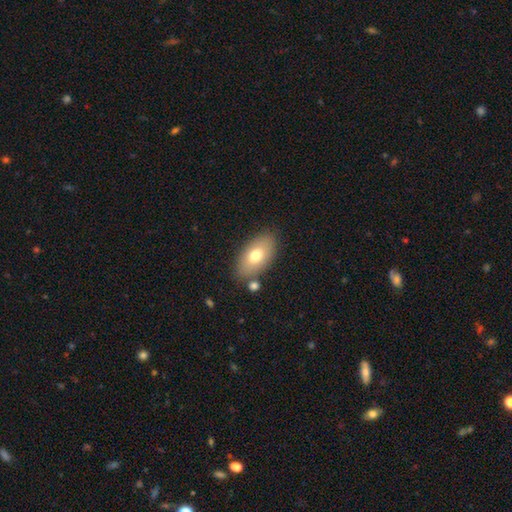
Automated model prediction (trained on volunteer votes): A smooth galaxy with no disk features (71%) that is in between round and cigar-shaped (92%). Merging: none (77%).